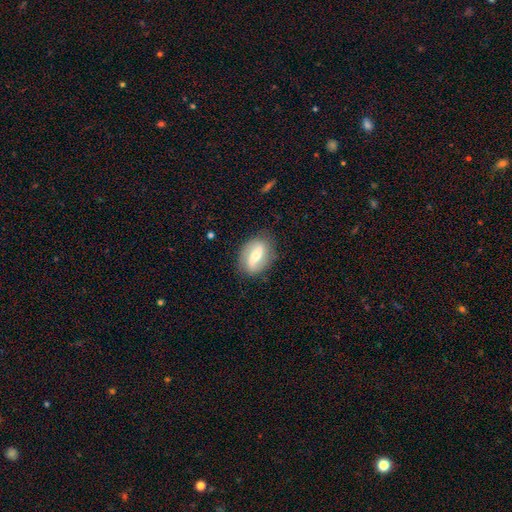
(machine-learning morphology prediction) This is likely a featured or disk galaxy (63%). It is clearly not viewed edge-on (93%). Bar: possibly strong (46%). Spiral arm pattern: likely yes (79%). Central bulge: possibly moderate (56%). Merging: clearly none (82%).